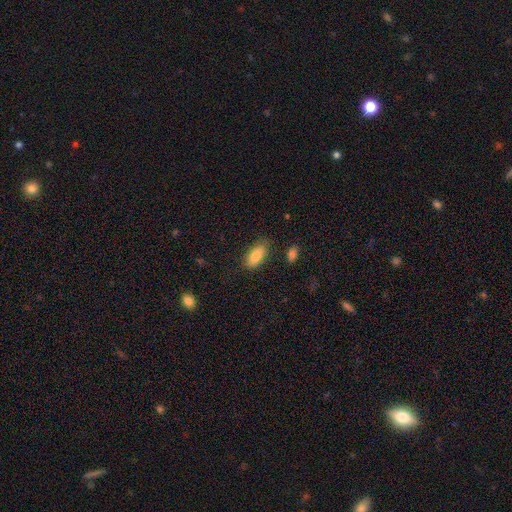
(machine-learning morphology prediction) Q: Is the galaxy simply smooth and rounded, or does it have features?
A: smooth — 84%.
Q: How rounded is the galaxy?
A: in between — 88%.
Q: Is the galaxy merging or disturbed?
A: none — 80%.